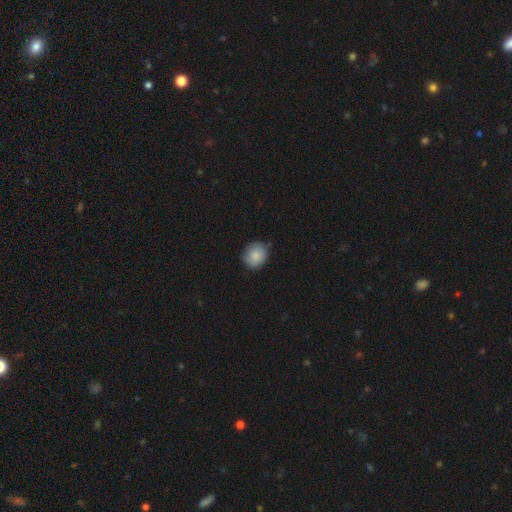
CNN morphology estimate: smooth-or-featured: smooth: 87% | star or artifact: 7% | featured or disk: 6%
  how-rounded: round: 78% | in between: 21% | cigar-shaped: 1%
  merging: none: 75% | minor disturbance: 20% | major disturbance: 3% | merger: 1%